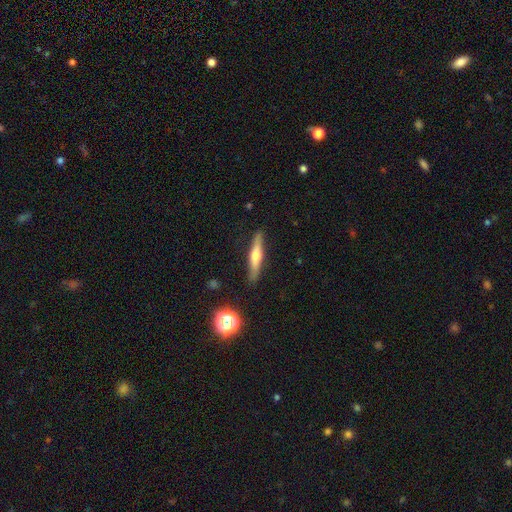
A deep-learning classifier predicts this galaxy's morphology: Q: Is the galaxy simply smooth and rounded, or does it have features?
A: featured or disk — 53%.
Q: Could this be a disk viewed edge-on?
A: yes — 95%.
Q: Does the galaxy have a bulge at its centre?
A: rounded — 87%.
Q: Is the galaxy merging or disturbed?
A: none — 88%.